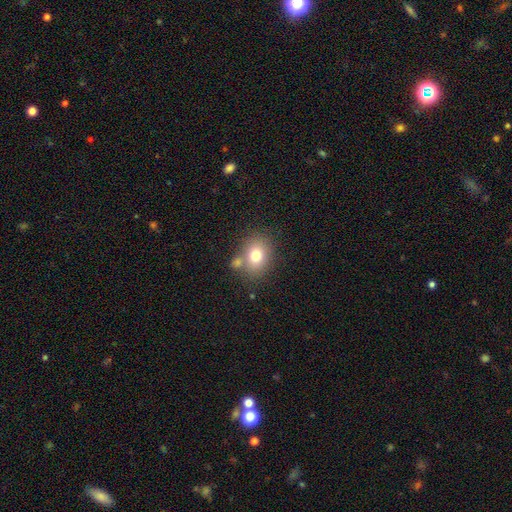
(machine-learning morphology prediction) Q: Smooth or featured?
A: smooth (76%); runner-up: featured or disk (13%)
Q: How rounded?
A: in between (54%); runner-up: round (45%)
Q: Merging?
A: none (63%); runner-up: merger (19%)